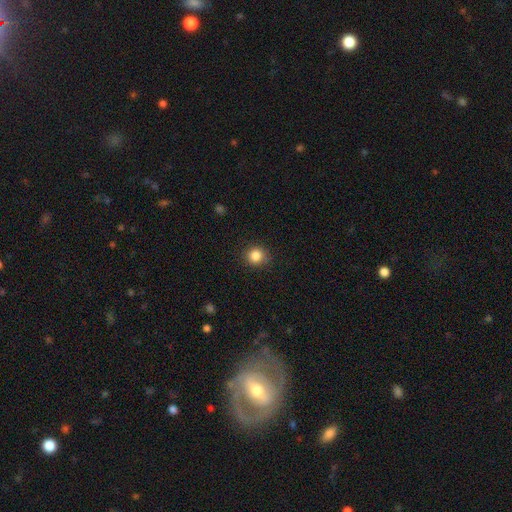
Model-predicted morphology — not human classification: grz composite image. It shows a smooth galaxy with no disk features (85%) that is round (88%). Merging: none (87%).